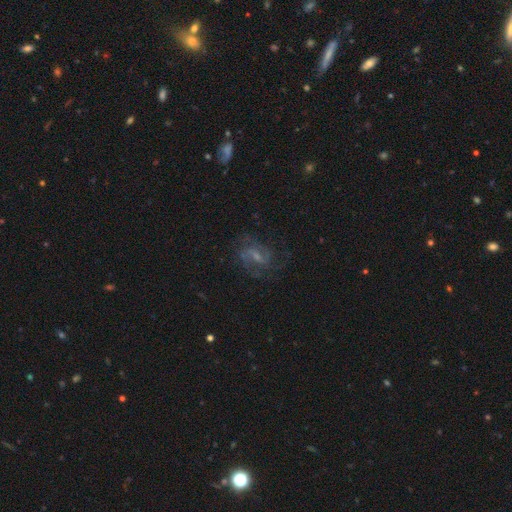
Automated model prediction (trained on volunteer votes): This is likely a featured or disk galaxy (74%). It is clearly not viewed edge-on (97%). Bar: possibly weak (55%). Spiral arm pattern: clearly yes (91%). Spiral arm count: likely 2 (68%). Spiral winding: possibly medium (51%). Central bulge: possibly small (50%). Merging: likely none (71%).